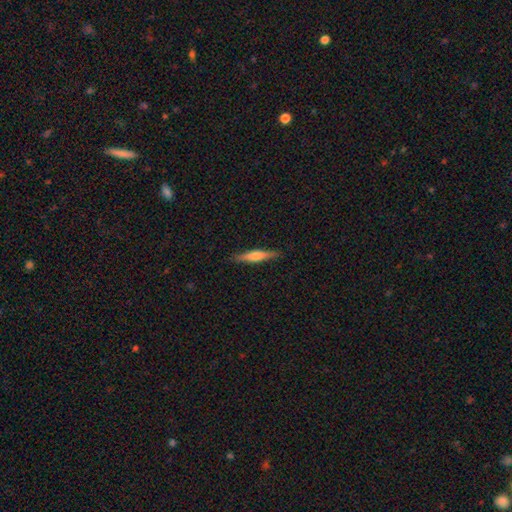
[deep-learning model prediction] This appears to be a featured or disk galaxy (49%). Merging: none (90%).